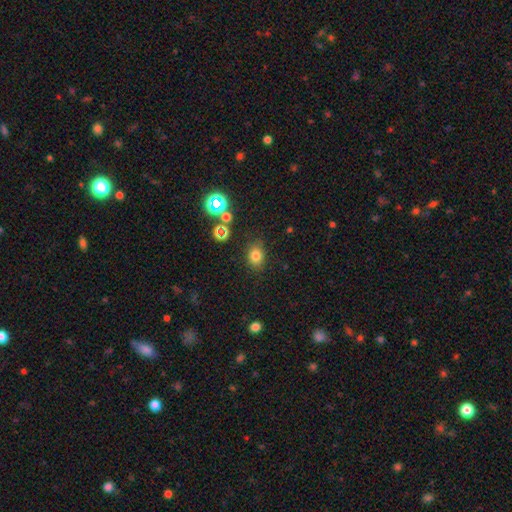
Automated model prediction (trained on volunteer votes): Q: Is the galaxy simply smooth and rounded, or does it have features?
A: smooth — 75%.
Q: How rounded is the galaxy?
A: in between — 53%.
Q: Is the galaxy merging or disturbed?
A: none — 82%.